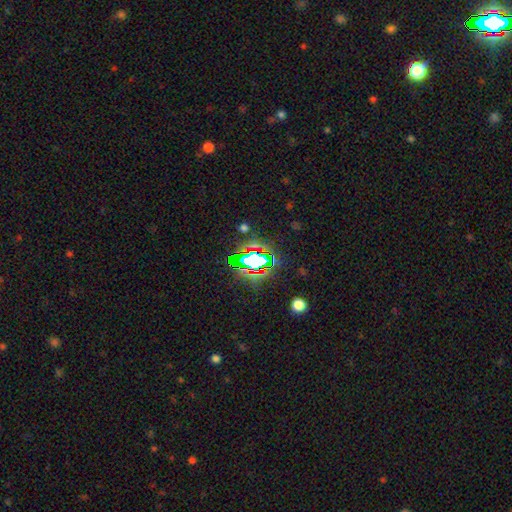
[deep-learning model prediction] Smooth or featured?
  - star or artifact: 63% *
  - smooth: 22%
  - featured or disk: 15%